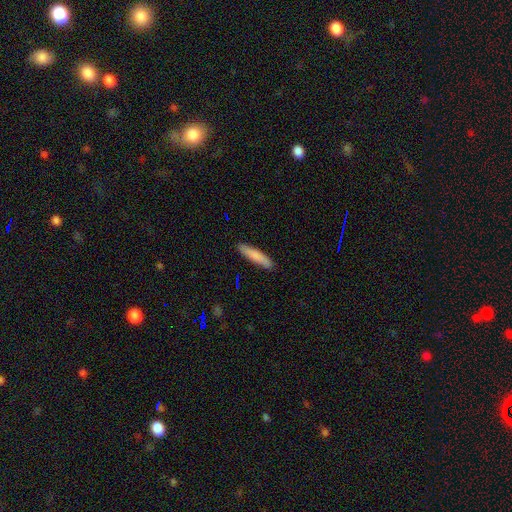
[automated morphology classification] Smooth or featured? Predicted: smooth (p=0.82). How rounded? Predicted: cigar-shaped (p=0.86). Merging? Predicted: none (p=0.90).